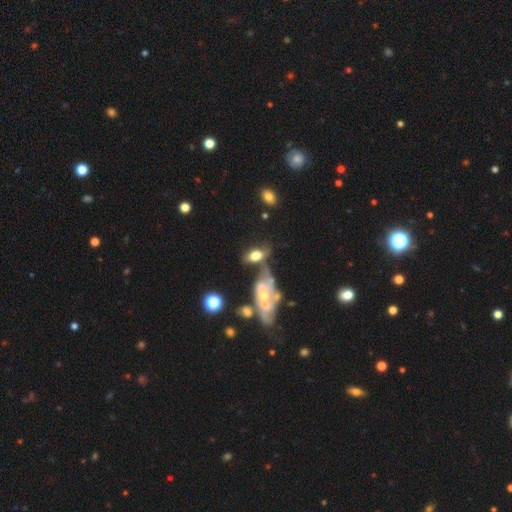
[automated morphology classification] A smooth galaxy with no disk features (55%) that is in between round and cigar-shaped (86%).

Vote fractions:
- Smooth or featured? smooth: 55% / featured or disk: 34% / star or artifact: 11%
- How rounded? in between: 86% / round: 8% / cigar-shaped: 6%
- Merging? merger: 35% / none: 30% / minor disturbance: 19% / major disturbance: 16%